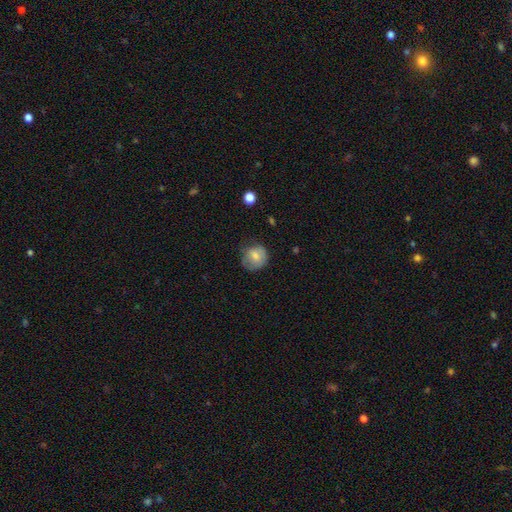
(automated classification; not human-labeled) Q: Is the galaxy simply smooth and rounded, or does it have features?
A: smooth — 72%.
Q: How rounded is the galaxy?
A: round — 81%.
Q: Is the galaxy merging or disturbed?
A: none — 61%.